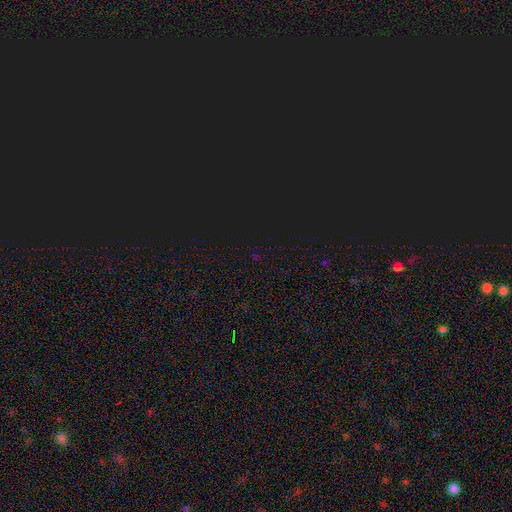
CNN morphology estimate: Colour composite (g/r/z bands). It shows a star or artifact, not a galaxy (77%).